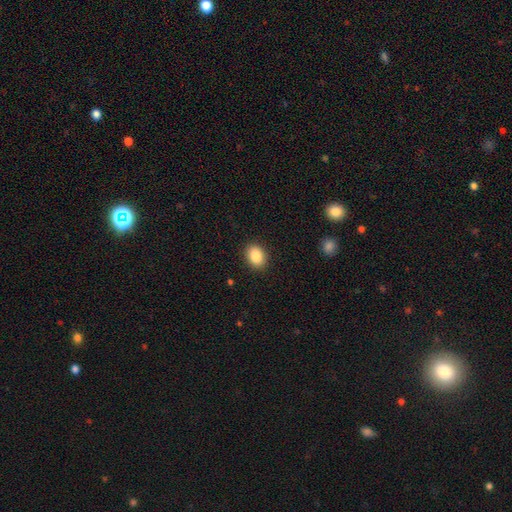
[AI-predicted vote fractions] Q: Smooth or featured?
A: smooth (87%); runner-up: star or artifact (8%)
Q: How rounded?
A: in between (70%); runner-up: round (29%)
Q: Merging?
A: none (90%); runner-up: minor disturbance (7%)